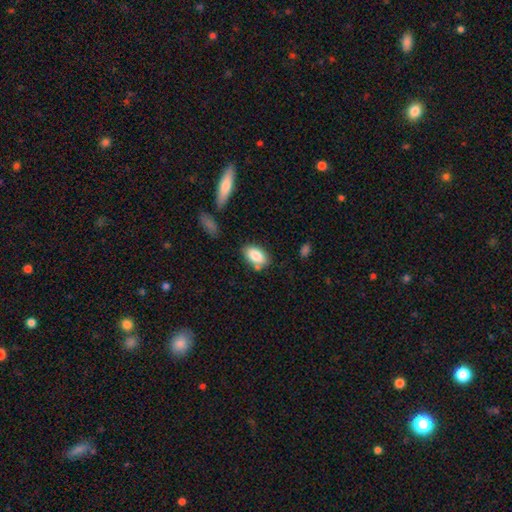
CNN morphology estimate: A smooth galaxy with no disk features (83%) that is in between round and cigar-shaped (92%). Merging: none (70%).